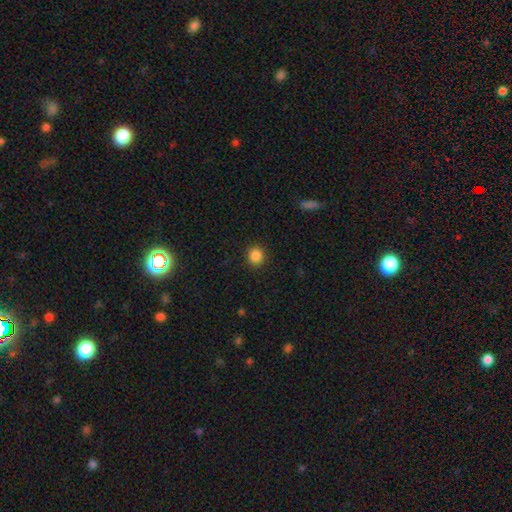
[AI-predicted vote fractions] smooth_or_featured: smooth (p=0.86) [alt: star or artifact p=0.10]
how_rounded: round (p=0.86) [alt: in between p=0.13]
merging: none (p=0.91) [alt: minor disturbance p=0.06]